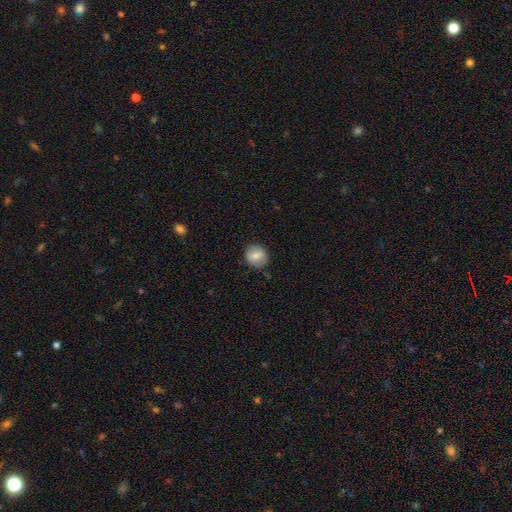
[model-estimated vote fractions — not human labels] The model was most divided on "smooth or featured": smooth: 78%, featured or disk: 14%, star or artifact: 8%. More confident: merging — none (86%); how rounded — round (85%).